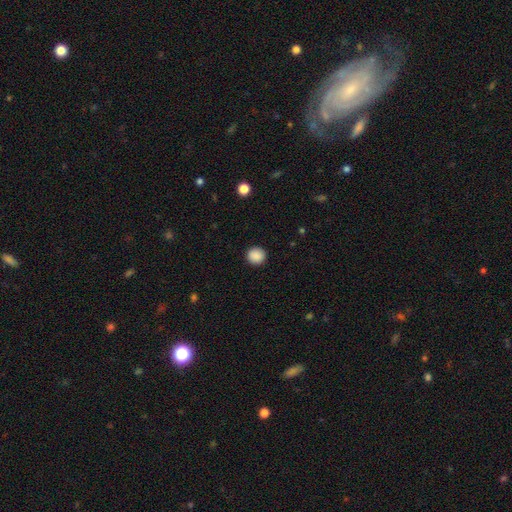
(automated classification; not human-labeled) A smooth galaxy with no disk features (89%) that is round (92%). Merging: none (92%).